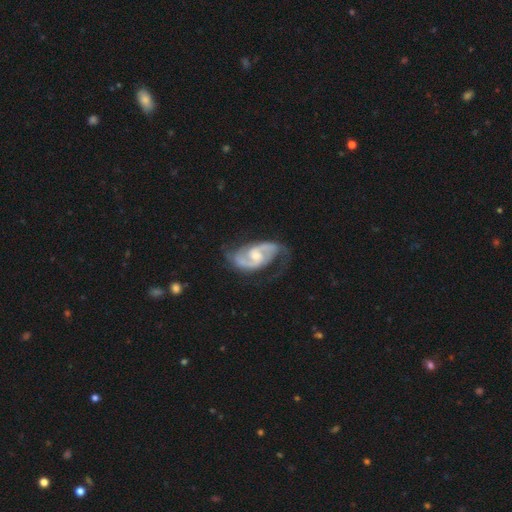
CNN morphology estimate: A featured or disk galaxy (91%) with a weak bar (48%), 2 (90%) medium (55%) spiral arms (98%) and a moderate central bulge (57%).

Vote fractions:
- Smooth or featured? featured or disk: 91% / smooth: 5% / star or artifact: 4%
- Edge-on disk? no: 97% / yes: 3%
- Bar? weak: 48% / no: 42% / strong: 11%
- Spiral arms? yes: 98% / no: 2%
- Spiral winding? medium: 55% / tight: 25% / loose: 20%
- Spiral arm count? 2: 90% / can't tell: 4% / 3: 2% / 1: 2% / 4: 1% / more than 4: 1%
- Bulge size? moderate: 57% / small: 32% / large: 5% / none: 5% / dominant: 1%
- Merging? none: 64% / minor disturbance: 22% / major disturbance: 12% / merger: 2%